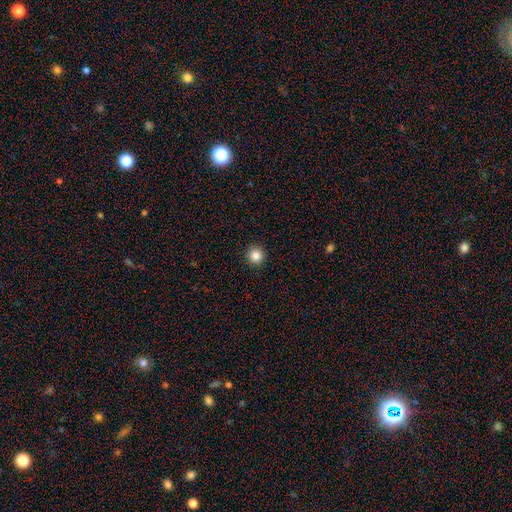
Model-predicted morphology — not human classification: A smooth galaxy with no disk features (86%) that is round (95%).

Vote fractions:
- Smooth or featured? smooth: 86% / star or artifact: 10% / featured or disk: 3%
- How rounded? round: 95% / in between: 4% / cigar-shaped: 1%
- Merging? none: 93% / minor disturbance: 4% / major disturbance: 1% / merger: 1%